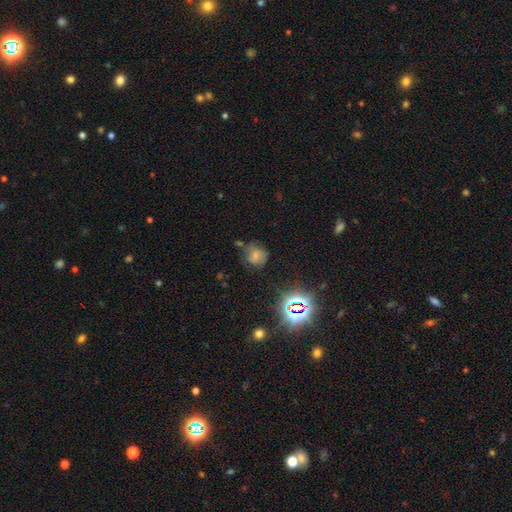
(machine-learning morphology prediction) Smooth or featured? Predicted: smooth (p=0.57). How rounded? Predicted: round (p=0.75). Merging? Predicted: none (p=0.58).